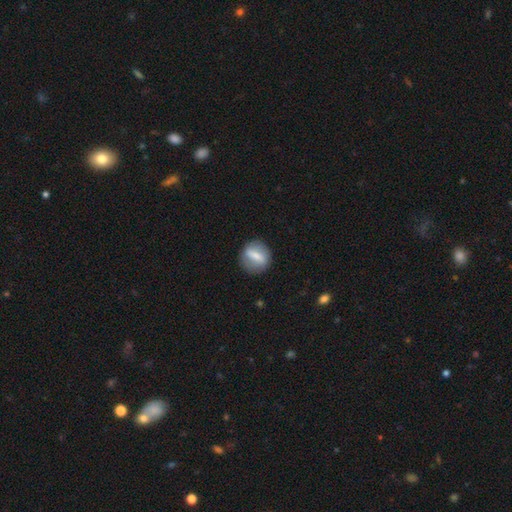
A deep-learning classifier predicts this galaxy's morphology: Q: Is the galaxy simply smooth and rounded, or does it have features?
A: smooth — 52%.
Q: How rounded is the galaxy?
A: round — 70%.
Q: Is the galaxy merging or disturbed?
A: none — 84%.